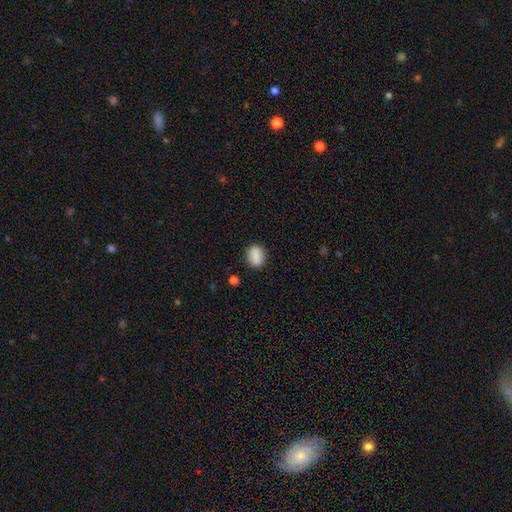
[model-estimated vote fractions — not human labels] Smooth or featured? smooth (84%)
How rounded? in between (54%)
Merging? none (84%)